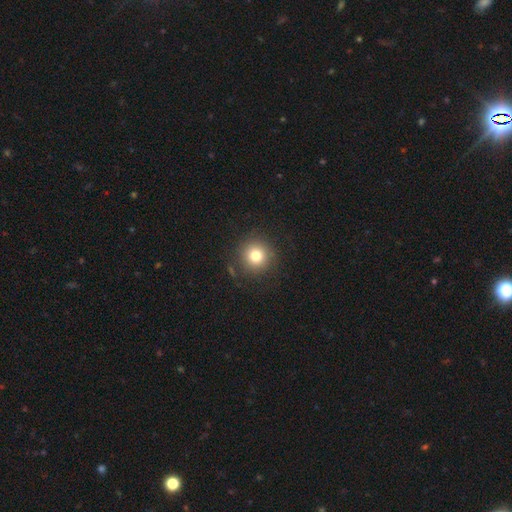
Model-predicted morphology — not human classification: Smooth or featured? smooth (77%)
How rounded? round (94%)
Merging? none (86%)